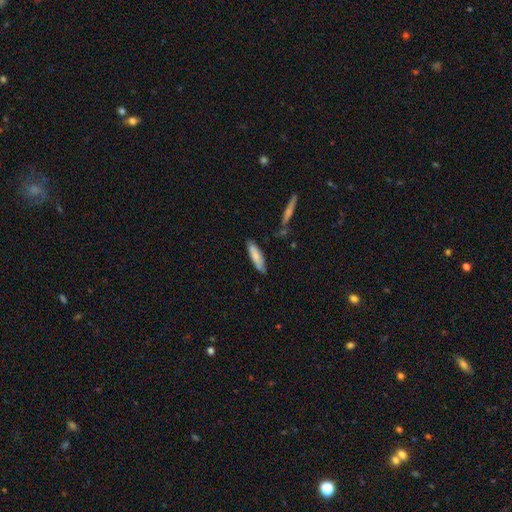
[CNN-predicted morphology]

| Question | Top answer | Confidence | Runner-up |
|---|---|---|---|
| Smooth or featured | smooth | 78% | featured or disk (16%) |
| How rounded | cigar-shaped | 66% | in between (32%) |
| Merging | none | 76% | minor disturbance (18%) |